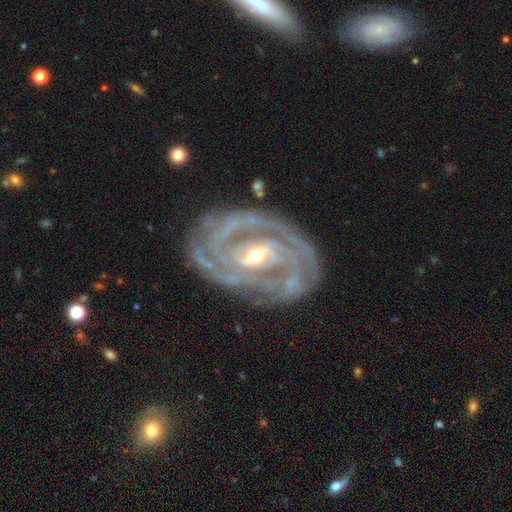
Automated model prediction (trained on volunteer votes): smooth_or_featured: featured or disk (p=0.92) [alt: star or artifact p=0.04]
disk_edge_on: no (p=0.97) [alt: yes p=0.03]
bar: strong (p=0.43) [alt: weak p=0.40]
has_spiral_arms: yes (p=0.98) [alt: no p=0.02]
spiral_winding: tight (p=0.72) [alt: medium p=0.24]
spiral_arm_count: 2 (p=0.36) [alt: 3 p=0.25]
bulge_size: moderate (p=0.52) [alt: small p=0.44]
merging: none (p=0.76) [alt: minor disturbance p=0.16]